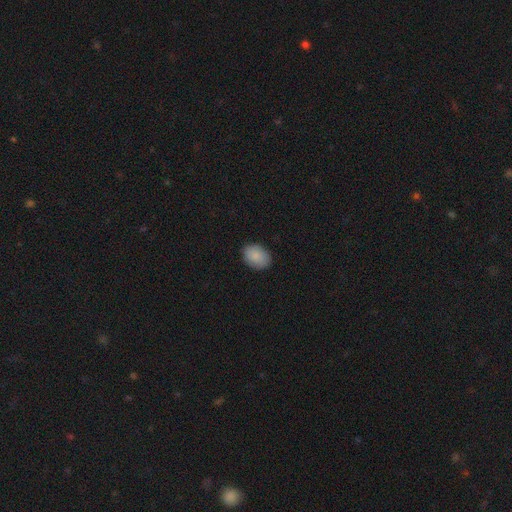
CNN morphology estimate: Smooth or featured?
  - smooth: 88% *
  - star or artifact: 7%
  - featured or disk: 5%
How rounded?
  - in between: 75% *
  - round: 24%
  - cigar-shaped: 1%
Merging?
  - none: 87% *
  - minor disturbance: 10%
  - major disturbance: 2%
  - merger: 1%